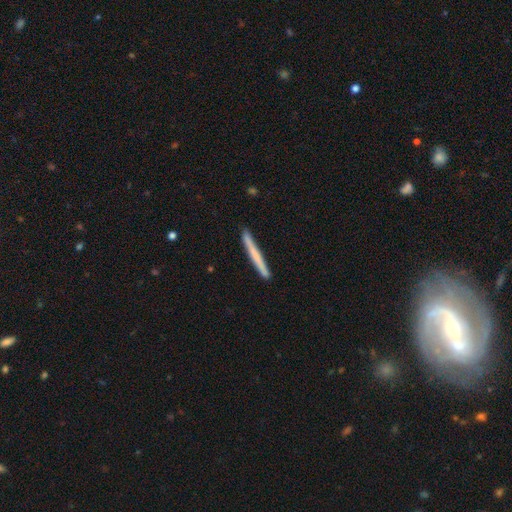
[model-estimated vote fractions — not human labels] smooth-or-featured: smooth: 61% | featured or disk: 33% | star or artifact: 5%
  how-rounded: cigar-shaped: 97% | in between: 2% | round: 1%
  merging: none: 90% | minor disturbance: 7% | major disturbance: 1% | merger: 1%